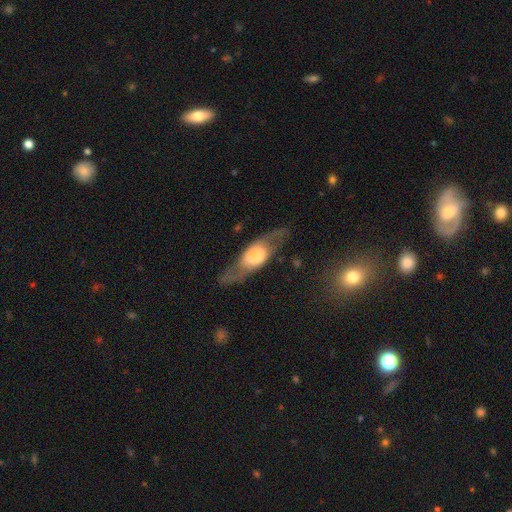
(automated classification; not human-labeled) smooth_or_featured: featured or disk (p=0.61) [alt: smooth p=0.33]
disk_edge_on: no (p=0.55) [alt: yes p=0.45]
merging: none (p=0.68) [alt: minor disturbance p=0.17]